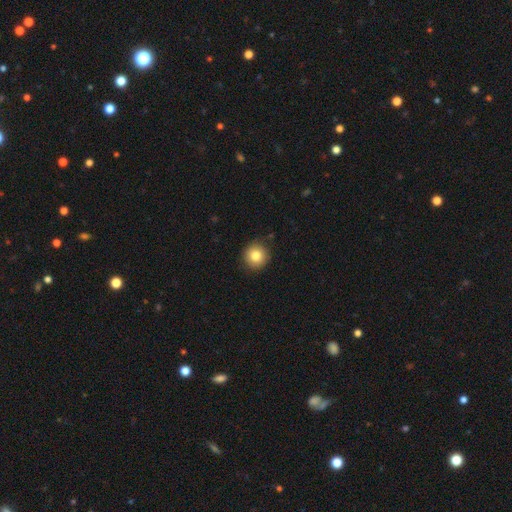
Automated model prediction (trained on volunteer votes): Overall: smooth (82%). How rounded: round (94%). Merging: none (89%).